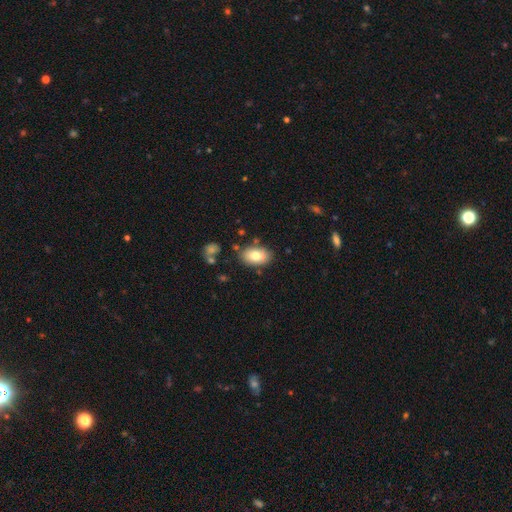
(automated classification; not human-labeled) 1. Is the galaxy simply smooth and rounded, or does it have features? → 76% smooth, 16% featured or disk, 8% star or artifact.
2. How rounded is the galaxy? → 91% in between, 8% round, 1% cigar-shaped.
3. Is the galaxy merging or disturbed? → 80% none, 13% minor disturbance, 4% merger, 3% major disturbance.